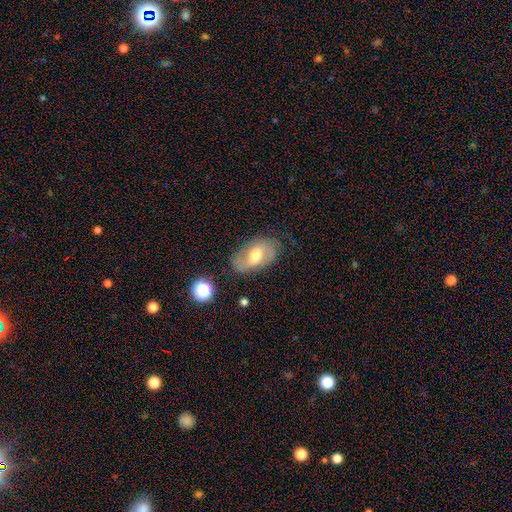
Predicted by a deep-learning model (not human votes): featured or disk 67%, smooth 24%, star or artifact 9%. Down the decision tree: edge-on disk — no (95%); bar — weak (46%); spiral arms — yes (86%); spiral arm count — 2 (73%); spiral winding — medium (44%); bulge size — moderate (71%); merging — none (71%).